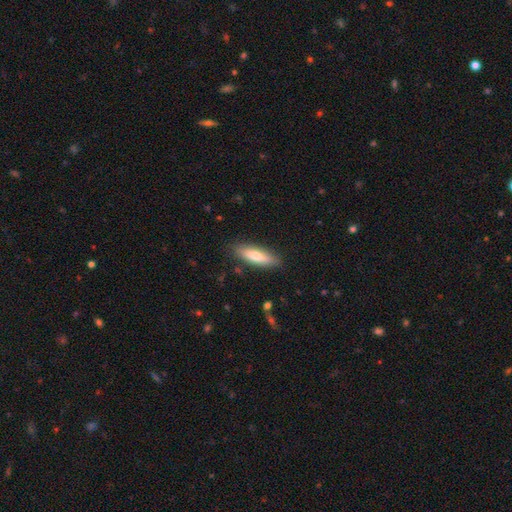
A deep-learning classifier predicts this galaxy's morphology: Smooth or featured: smooth — 72% (featured or disk — 23%)
How rounded: cigar-shaped — 52% (in between — 46%)
Merging: none — 85% (minor disturbance — 11%)